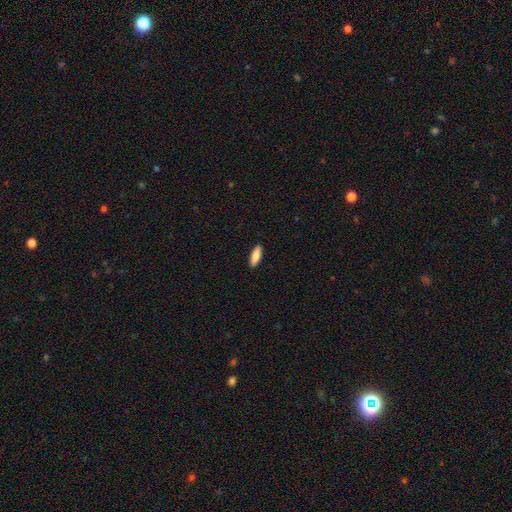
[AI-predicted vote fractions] A smooth galaxy with no disk features (84%) that is in between round and cigar-shaped (54%). Merging: none (90%).